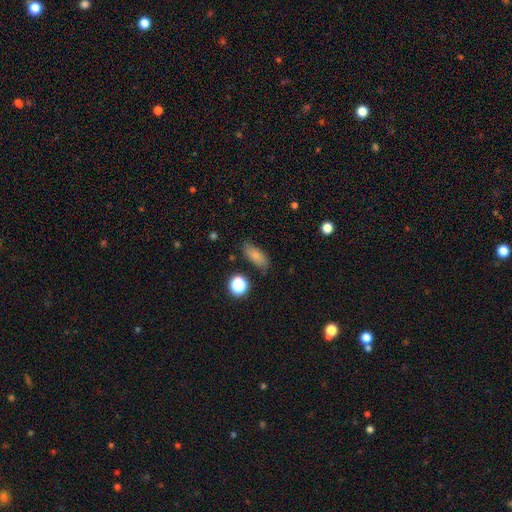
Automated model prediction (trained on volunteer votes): Overall: smooth (79%). How rounded: in between (79%). Merging: none (77%).